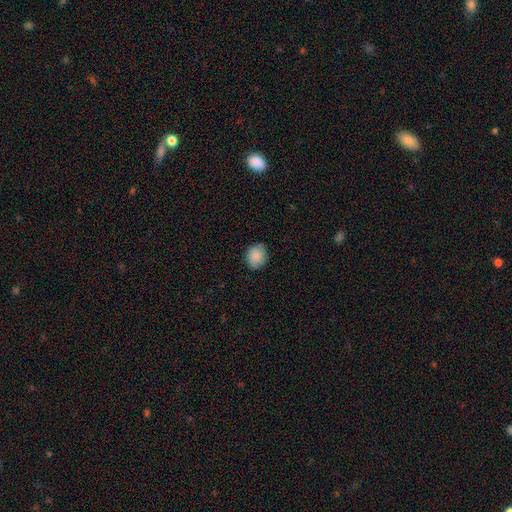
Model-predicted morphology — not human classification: smooth_or_featured: smooth (p=0.88) [alt: star or artifact p=0.07]
how_rounded: round (p=0.65) [alt: in between p=0.34]
merging: none (p=0.82) [alt: minor disturbance p=0.14]